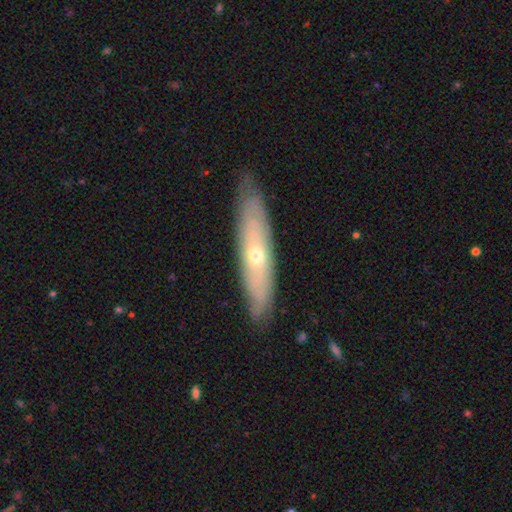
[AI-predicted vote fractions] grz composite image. It shows a featured or disk galaxy (63%) viewed edge-on (52%). Merging: none (83%).